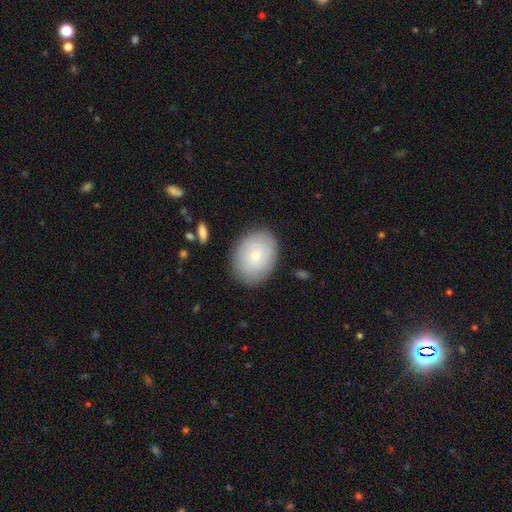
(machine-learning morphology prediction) smooth 64%, featured or disk 29%, star or artifact 7%. Down the decision tree: how rounded — in between (69%); merging — none (85%).